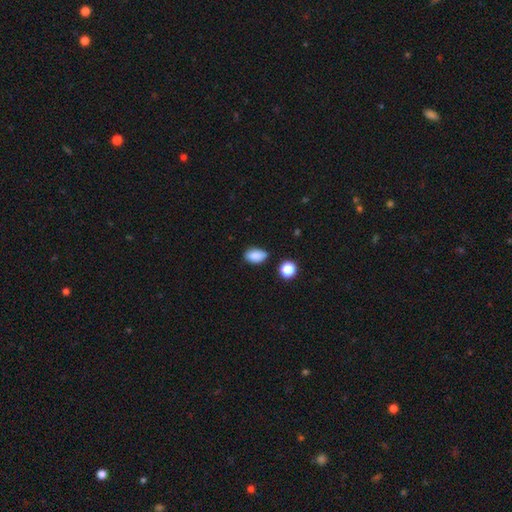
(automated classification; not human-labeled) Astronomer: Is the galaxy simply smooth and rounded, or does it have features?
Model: smooth — 86%.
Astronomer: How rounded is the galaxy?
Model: in between — 88%.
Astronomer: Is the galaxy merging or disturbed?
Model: none — 77%.